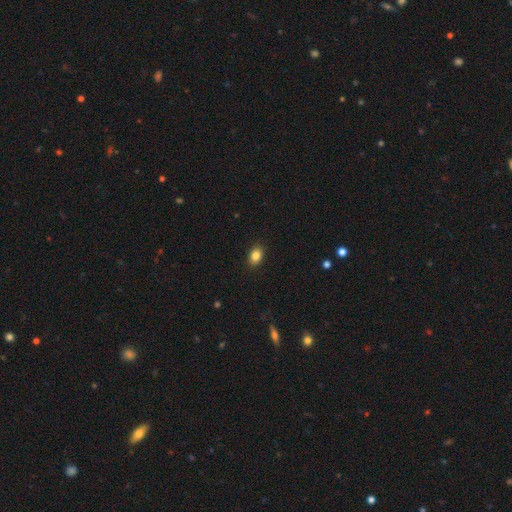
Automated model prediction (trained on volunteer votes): Morphology: type=smooth (85%); roundness=in between (79%); merging=none (89%).